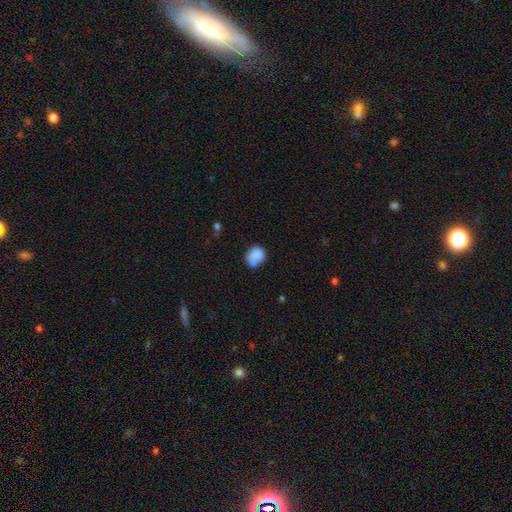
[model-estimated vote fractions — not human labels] smooth-or-featured: smooth: 80% | featured or disk: 11% | star or artifact: 9%
  how-rounded: round: 64% | in between: 35% | cigar-shaped: 1%
  merging: none: 49% | minor disturbance: 28% | merger: 13% | major disturbance: 10%